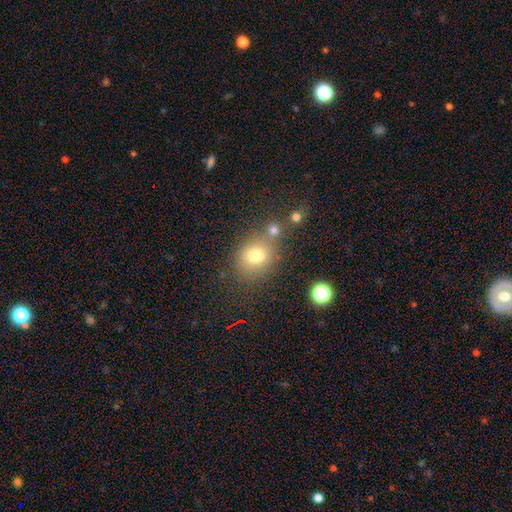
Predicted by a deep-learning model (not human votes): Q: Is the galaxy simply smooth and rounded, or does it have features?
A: smooth — 74%.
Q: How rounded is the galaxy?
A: round — 57%.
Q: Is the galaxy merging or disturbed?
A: none — 62%.